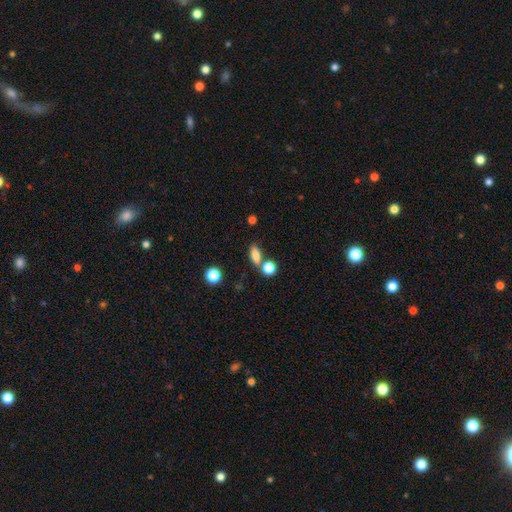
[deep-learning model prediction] smooth_or_featured: smooth (p=0.82) [alt: star or artifact p=0.10]
how_rounded: in between (p=0.71) [alt: cigar-shaped p=0.15]
merging: none (p=0.61) [alt: merger p=0.22]